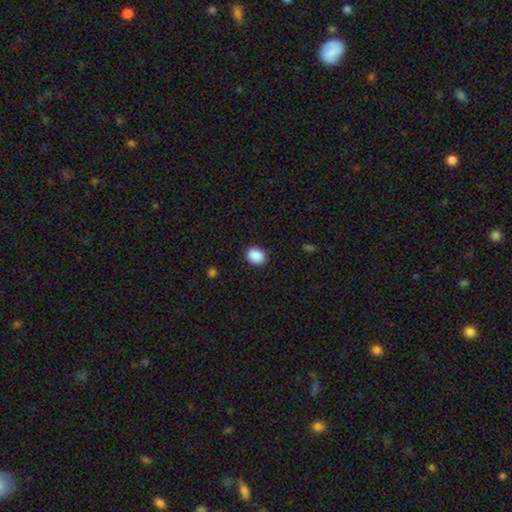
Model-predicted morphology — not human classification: Q: Smooth or featured?
A: smooth (90%); runner-up: star or artifact (8%)
Q: How rounded?
A: in between (57%); runner-up: round (42%)
Q: Merging?
A: none (88%); runner-up: minor disturbance (9%)